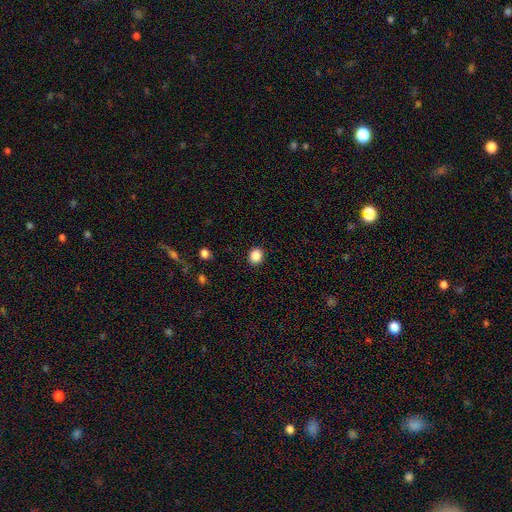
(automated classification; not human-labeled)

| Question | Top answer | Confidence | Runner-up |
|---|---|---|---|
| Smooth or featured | smooth | 87% | star or artifact (10%) |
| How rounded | round | 79% | in between (20%) |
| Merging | none | 91% | minor disturbance (6%) |